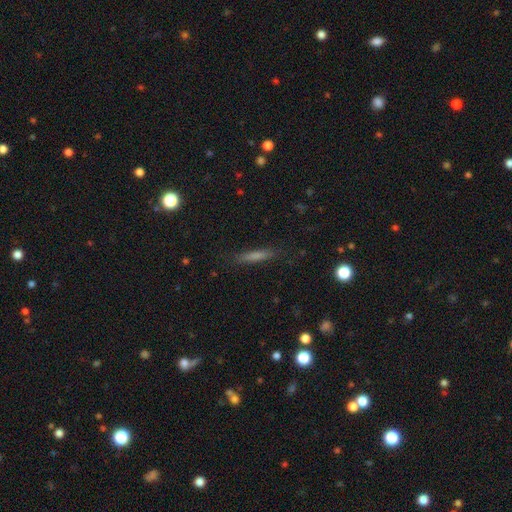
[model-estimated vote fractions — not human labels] smooth_or_featured: smooth (p=0.61) [alt: featured or disk p=0.27]
how_rounded: cigar-shaped (p=0.90) [alt: in between p=0.07]
merging: none (p=0.86) [alt: minor disturbance p=0.10]